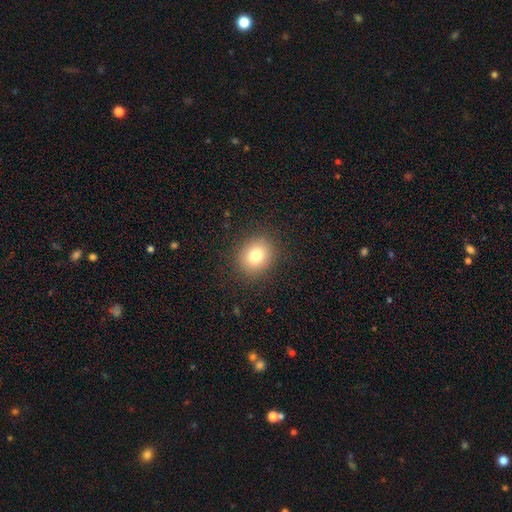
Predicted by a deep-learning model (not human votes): A smooth galaxy with no disk features (79%) that is round (71%). Merging: none (88%).